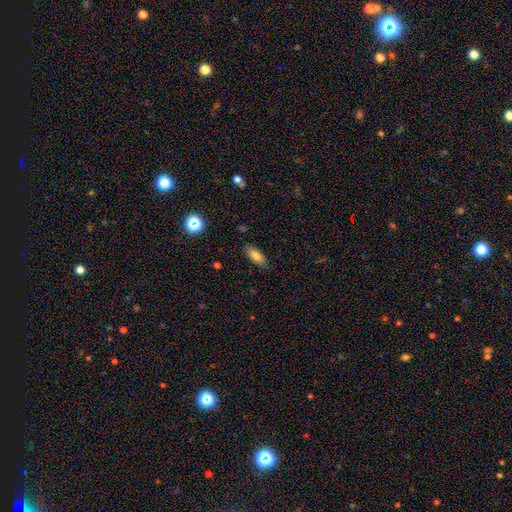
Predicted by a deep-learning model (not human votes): A smooth galaxy with no disk features (79%) that is in between round and cigar-shaped (79%). Merging: none (83%).